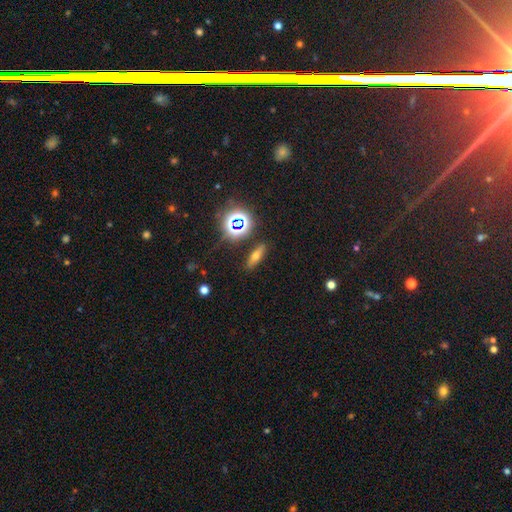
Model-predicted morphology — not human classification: This appears to be a smooth galaxy with no disk features (49%). Merging: none (87%).